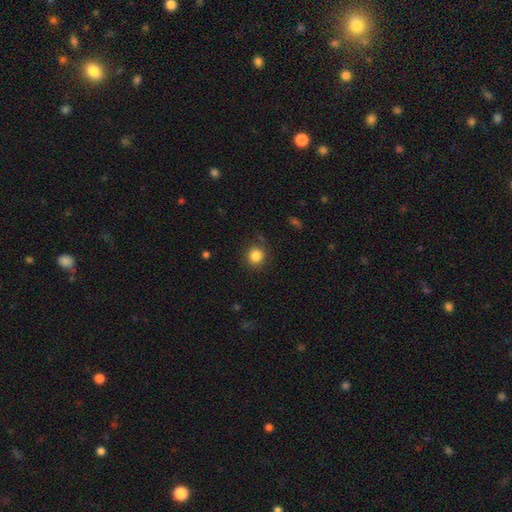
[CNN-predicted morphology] Q: Smooth or featured?
A: smooth (85%); runner-up: star or artifact (11%)
Q: How rounded?
A: round (91%); runner-up: in between (8%)
Q: Merging?
A: none (83%); runner-up: minor disturbance (11%)